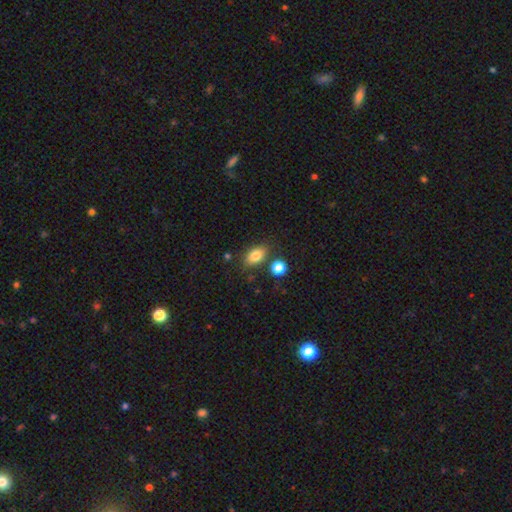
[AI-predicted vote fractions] Smooth or featured?
  - smooth: 82% *
  - star or artifact: 9%
  - featured or disk: 9%
How rounded?
  - in between: 84% *
  - round: 13%
  - cigar-shaped: 3%
Merging?
  - none: 76% *
  - minor disturbance: 13%
  - merger: 8%
  - major disturbance: 3%